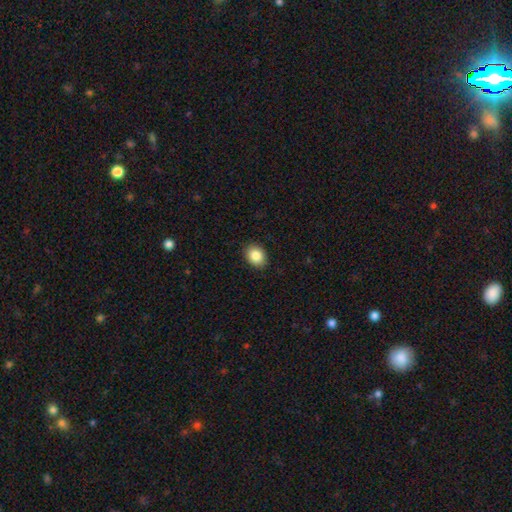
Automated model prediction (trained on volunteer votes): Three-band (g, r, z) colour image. It shows a smooth galaxy with no disk features (87%) that is in between round and cigar-shaped (56%). Merging: none (90%).